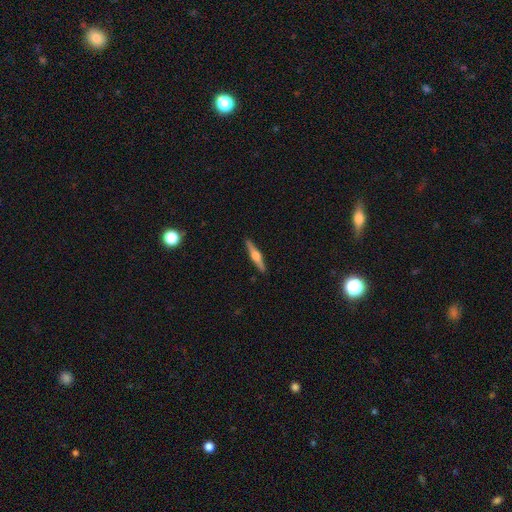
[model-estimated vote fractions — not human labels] smooth-or-featured: featured or disk: 70% | smooth: 25% | star or artifact: 5%
  disk-edge-on: yes: 98% | no: 2%
    edge-on-bulge: rounded: 93% | boxy: 5% | none: 2%
  merging: none: 92% | minor disturbance: 6% | major disturbance: 1% | merger: 1%